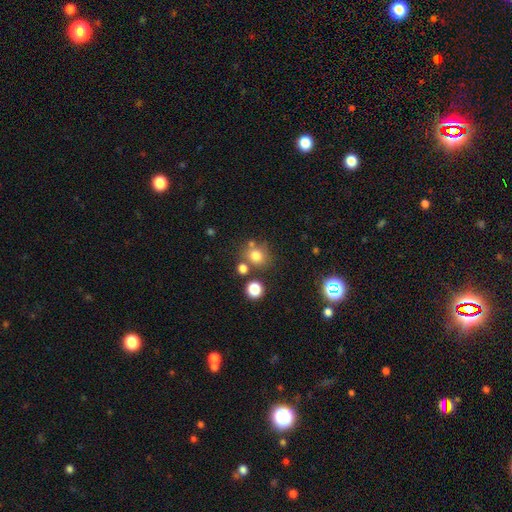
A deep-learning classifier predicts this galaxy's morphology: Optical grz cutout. It shows a smooth galaxy with no disk features (76%) that is round (80%). Merging: none (68%).